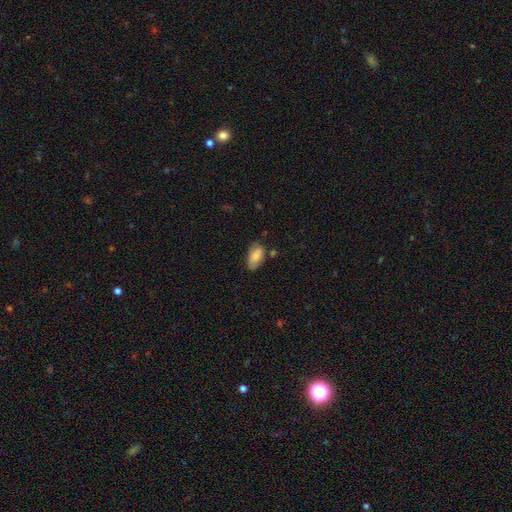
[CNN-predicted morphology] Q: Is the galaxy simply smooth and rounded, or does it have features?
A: smooth — 81%.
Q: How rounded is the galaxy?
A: in between — 93%.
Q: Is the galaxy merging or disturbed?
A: none — 67%.